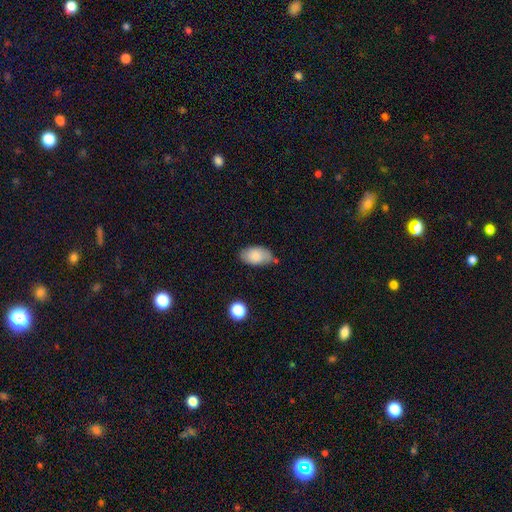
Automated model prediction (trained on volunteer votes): A smooth galaxy with no disk features (83%) that is in between round and cigar-shaped (94%).

Vote fractions:
- Smooth or featured? smooth: 83% / featured or disk: 10% / star or artifact: 7%
- How rounded? in between: 94% / round: 4% / cigar-shaped: 2%
- Merging? none: 67% / minor disturbance: 24% / merger: 5% / major disturbance: 5%